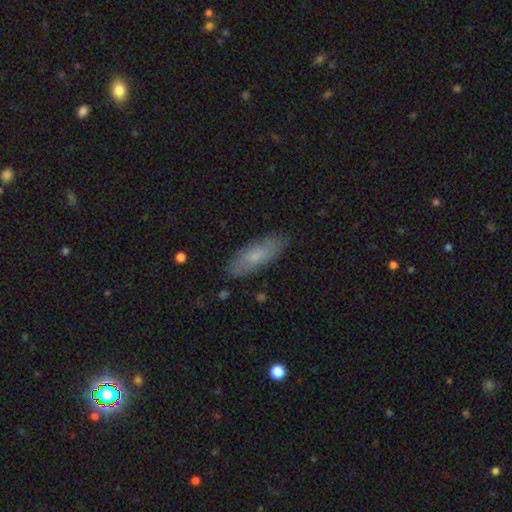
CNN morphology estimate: A smooth galaxy with no disk features (71%) that is in between round and cigar-shaped (62%).

Vote fractions:
- Smooth or featured? smooth: 71% / featured or disk: 22% / star or artifact: 7%
- How rounded? in between: 62% / cigar-shaped: 36% / round: 2%
- Merging? none: 84% / minor disturbance: 12% / major disturbance: 2% / merger: 1%